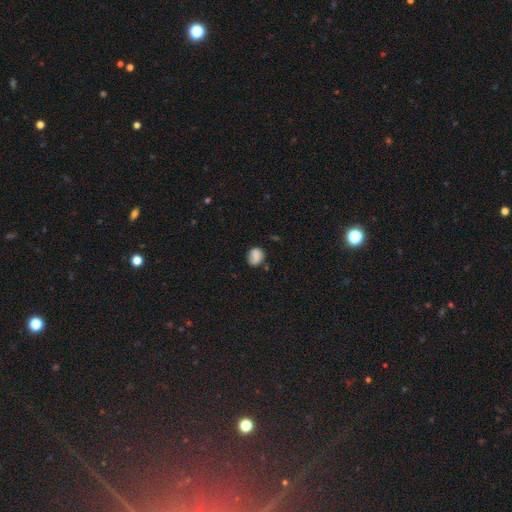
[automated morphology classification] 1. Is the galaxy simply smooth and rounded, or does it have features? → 76% smooth, 15% featured or disk, 10% star or artifact.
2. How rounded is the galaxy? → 62% round, 37% in between, 1% cigar-shaped.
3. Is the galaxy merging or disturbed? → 63% none, 26% minor disturbance, 8% major disturbance, 3% merger.